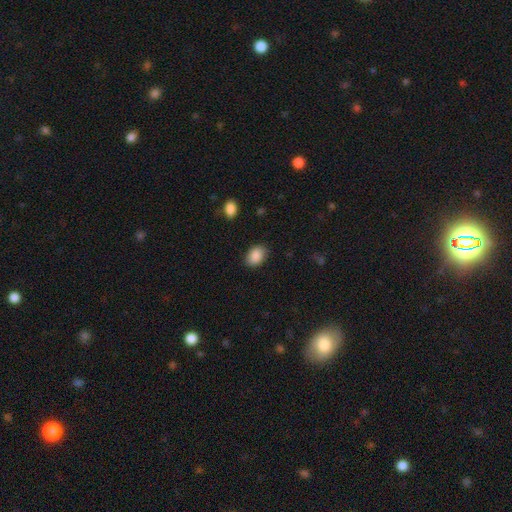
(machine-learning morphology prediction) Smooth or featured?
  - smooth: 89% *
  - star or artifact: 8%
  - featured or disk: 4%
How rounded?
  - in between: 79% *
  - round: 20%
  - cigar-shaped: 1%
Merging?
  - none: 86% *
  - minor disturbance: 10%
  - major disturbance: 3%
  - merger: 1%